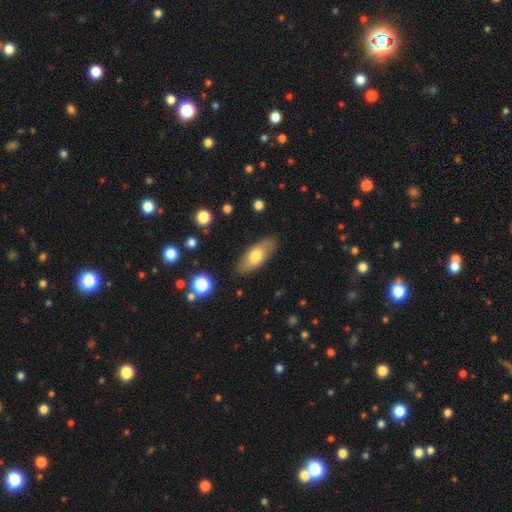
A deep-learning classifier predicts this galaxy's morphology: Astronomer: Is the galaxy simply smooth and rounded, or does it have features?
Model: smooth — 68%.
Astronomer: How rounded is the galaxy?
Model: in between — 78%.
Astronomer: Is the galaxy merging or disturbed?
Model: none — 85%.